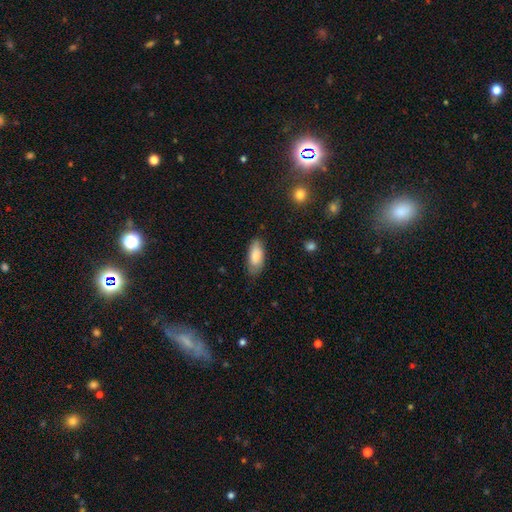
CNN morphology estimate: Overall: smooth (83%). How rounded: in between (87%). Merging: none (78%).